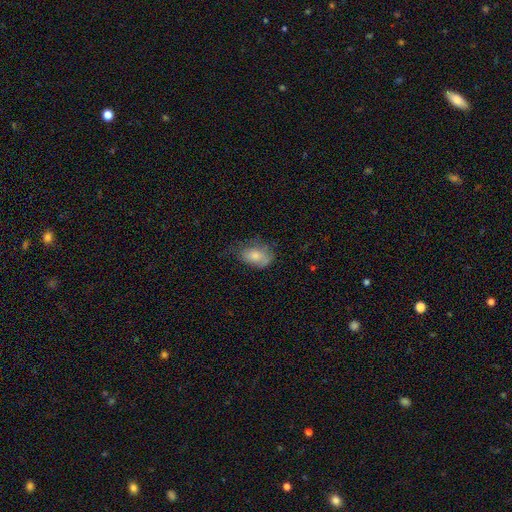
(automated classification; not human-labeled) A smooth galaxy with no disk features (73%) that is in between round and cigar-shaped (86%).

Vote fractions:
- Smooth or featured? smooth: 73% / featured or disk: 19% / star or artifact: 8%
- How rounded? in between: 86% / round: 13% / cigar-shaped: 2%
- Merging? none: 46% / minor disturbance: 34% / major disturbance: 18% / merger: 2%